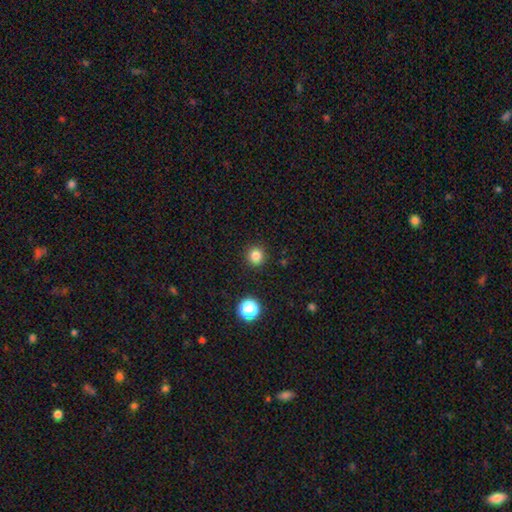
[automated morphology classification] smooth_or_featured: smooth (p=0.82) [alt: star or artifact p=0.14]
how_rounded: round (p=0.93) [alt: in between p=0.06]
merging: none (p=0.91) [alt: minor disturbance p=0.05]